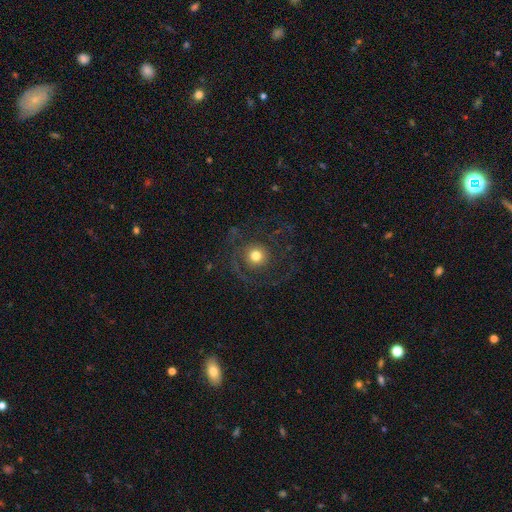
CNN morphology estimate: Q: Smooth or featured?
A: smooth (47%); runner-up: featured or disk (42%)
Q: Merging?
A: none (68%); runner-up: major disturbance (18%)